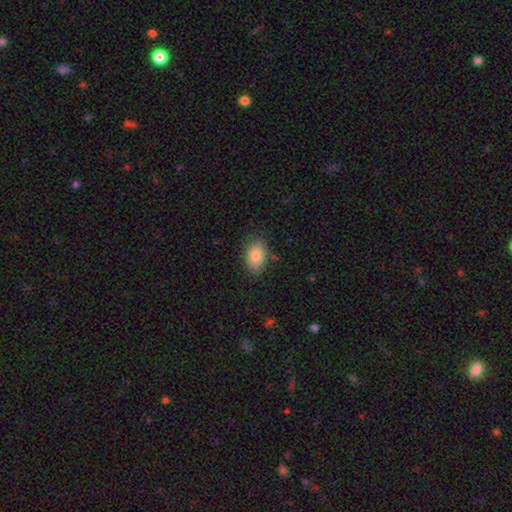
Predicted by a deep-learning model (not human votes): The model was most divided on "merging": none: 81%, minor disturbance: 14%, major disturbance: 3%, merger: 2%. More confident: how rounded — in between (88%); smooth or featured — smooth (83%).